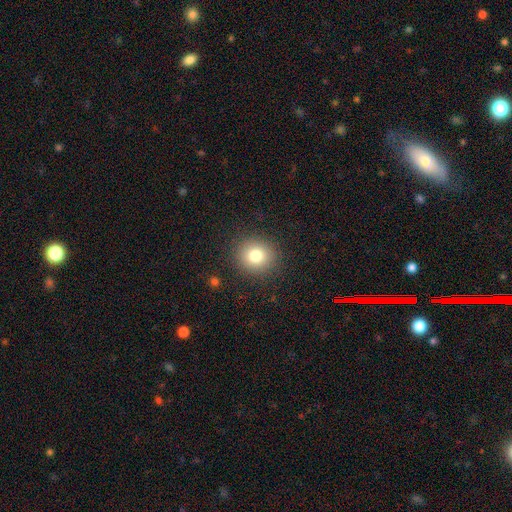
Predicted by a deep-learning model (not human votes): A smooth galaxy with no disk features (79%) that is round (88%). Merging: none (89%).